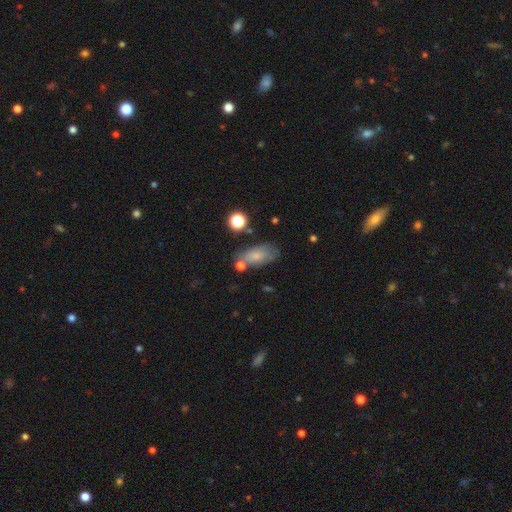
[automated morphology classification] Smooth or featured? Predicted: smooth (p=0.73). How rounded? Predicted: in between (p=0.86). Merging? Predicted: none (p=0.60).